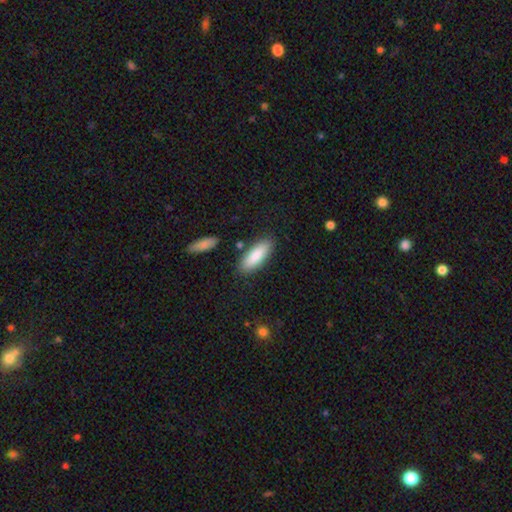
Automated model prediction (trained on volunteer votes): A smooth galaxy with no disk features (85%) that is in between round and cigar-shaped (65%).

Vote fractions:
- Smooth or featured? smooth: 85% / featured or disk: 10% / star or artifact: 6%
- How rounded? in between: 65% / cigar-shaped: 34% / round: 2%
- Merging? none: 83% / minor disturbance: 10% / merger: 4% / major disturbance: 2%